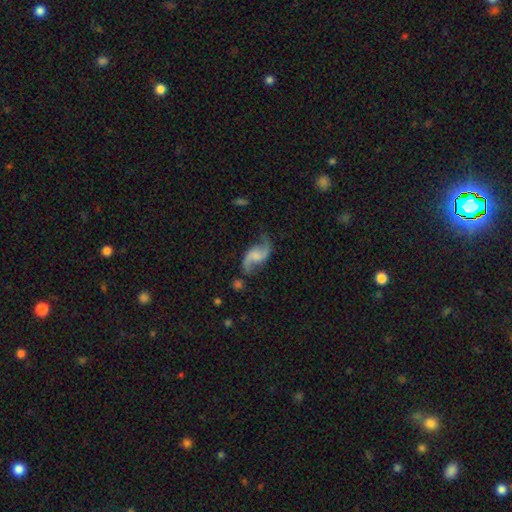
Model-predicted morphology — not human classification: smooth-or-featured: featured or disk: 86% | smooth: 8% | star or artifact: 6%
  disk-edge-on: no: 97% | yes: 3%
    bar: no: 51% | weak: 40% | strong: 10%
    has-spiral-arms: yes: 96% | no: 4%
      spiral-winding: loose: 76% | medium: 20% | tight: 4%
      spiral-arm-count: 2: 93% | 1: 2% | can't tell: 2% | 3: 1% | 4: 1% | more than 4: 1%
    bulge-size: none: 37% | small: 27% | moderate: 25% | large: 9% | dominant: 2%
  merging: none: 71% | minor disturbance: 17% | major disturbance: 9% | merger: 3%